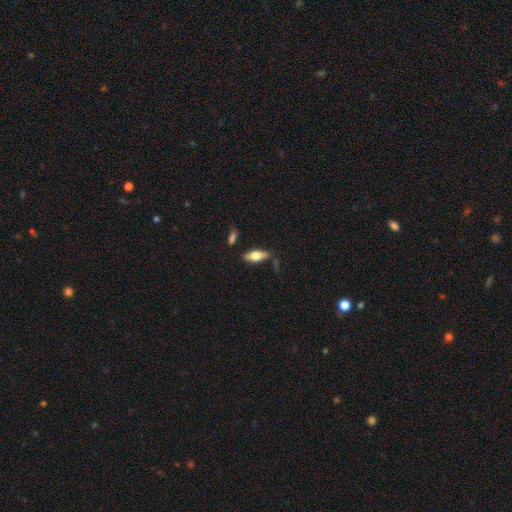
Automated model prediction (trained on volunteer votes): smooth 56%, featured or disk 37%, star or artifact 6%. Down the decision tree: how rounded — in between (66%); merging — none (75%).